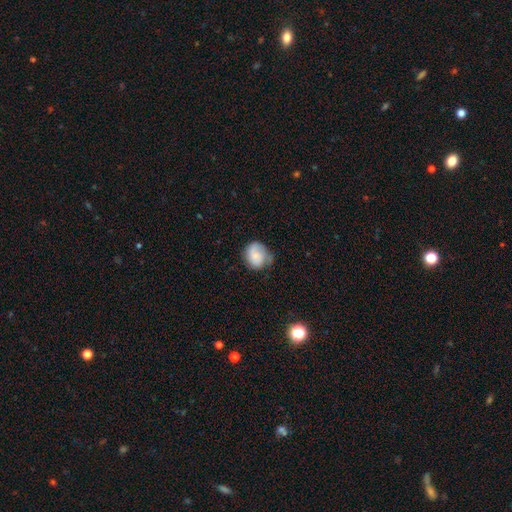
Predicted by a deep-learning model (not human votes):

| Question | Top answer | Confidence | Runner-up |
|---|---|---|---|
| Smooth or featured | smooth | 64% | featured or disk (28%) |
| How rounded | round | 63% | in between (36%) |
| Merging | none | 46% | minor disturbance (37%) |